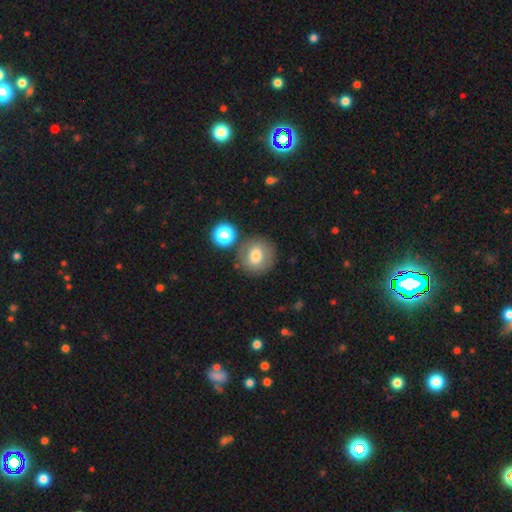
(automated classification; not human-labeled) Smooth or featured?
  - smooth: 72% *
  - featured or disk: 17%
  - star or artifact: 11%
How rounded?
  - round: 87% *
  - in between: 12%
  - cigar-shaped: 1%
Merging?
  - none: 77% *
  - minor disturbance: 10%
  - merger: 9%
  - major disturbance: 4%